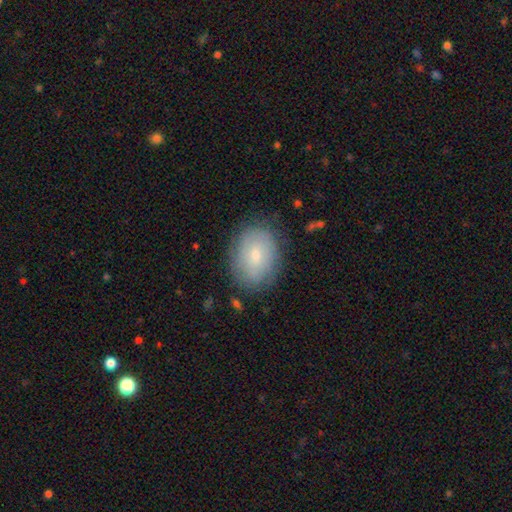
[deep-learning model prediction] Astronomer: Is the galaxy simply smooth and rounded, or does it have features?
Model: smooth — 67%.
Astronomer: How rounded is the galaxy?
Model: in between — 73%.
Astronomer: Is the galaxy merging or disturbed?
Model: none — 79%.